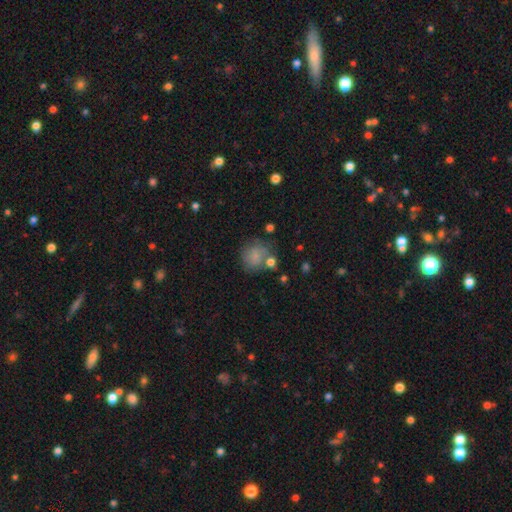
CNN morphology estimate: smooth-or-featured: smooth: 75% | featured or disk: 14% | star or artifact: 10%
  how-rounded: round: 82% | in between: 17% | cigar-shaped: 1%
  merging: none: 59% | minor disturbance: 19% | merger: 14% | major disturbance: 9%